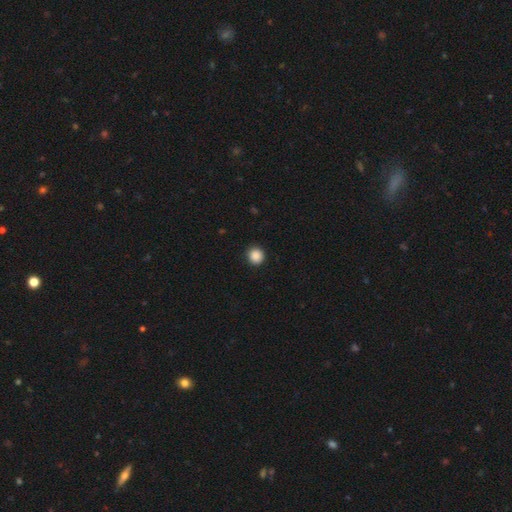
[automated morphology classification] Smooth or featured?
  - smooth: 88% *
  - star or artifact: 9%
  - featured or disk: 2%
How rounded?
  - round: 93% *
  - in between: 6%
  - cigar-shaped: 1%
Merging?
  - none: 92% *
  - minor disturbance: 5%
  - major disturbance: 2%
  - merger: 1%